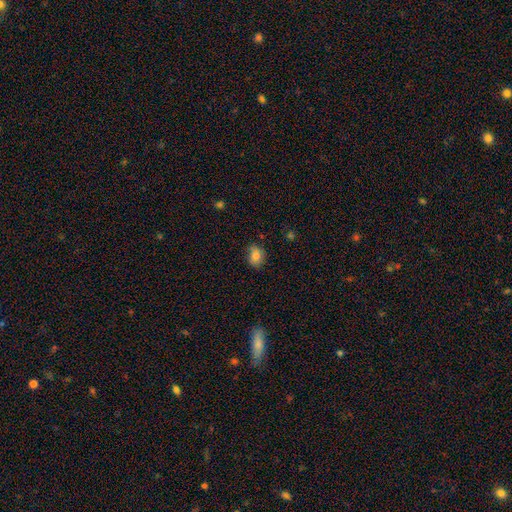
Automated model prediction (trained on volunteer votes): This appears to be a smooth galaxy with no disk features (79%) that is round (50%). Merging: none (74%).